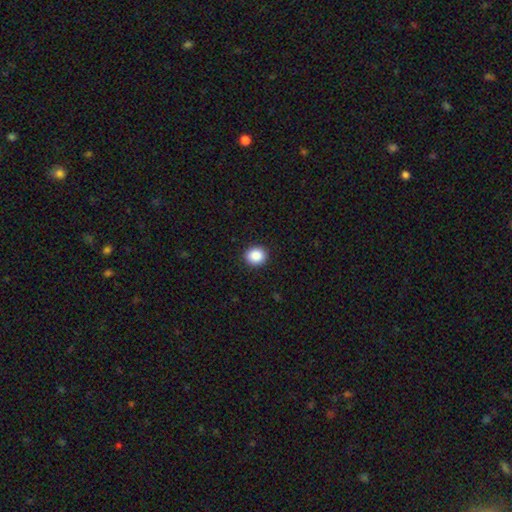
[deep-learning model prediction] Morphology: type=smooth (89%); roundness=round (78%); merging=none (92%).